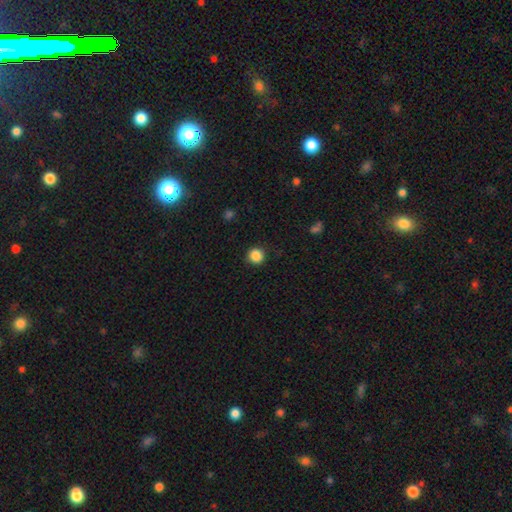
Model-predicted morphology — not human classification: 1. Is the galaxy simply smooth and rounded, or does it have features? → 87% smooth, 10% star or artifact, 3% featured or disk.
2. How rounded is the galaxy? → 94% round, 5% in between, 1% cigar-shaped.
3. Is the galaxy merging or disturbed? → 90% none, 7% minor disturbance, 2% major disturbance, 1% merger.